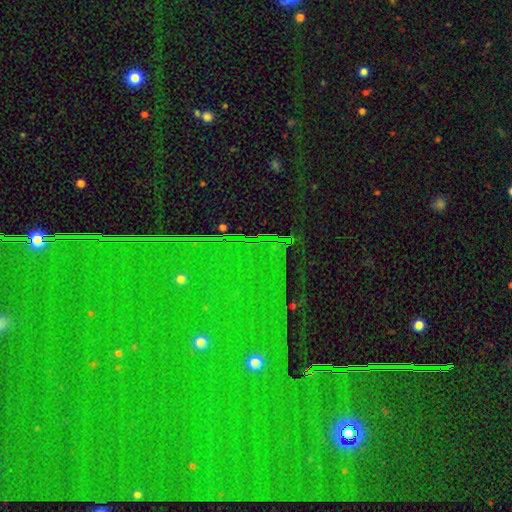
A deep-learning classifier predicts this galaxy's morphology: The model was most divided on "smooth or featured": star or artifact: 87%, smooth: 7%, featured or disk: 6%.